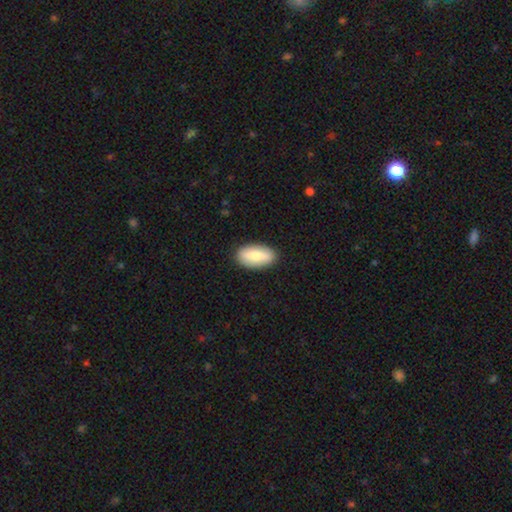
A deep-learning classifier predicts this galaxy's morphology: Smooth or featured? smooth (74%)
How rounded? in between (91%)
Merging? none (88%)